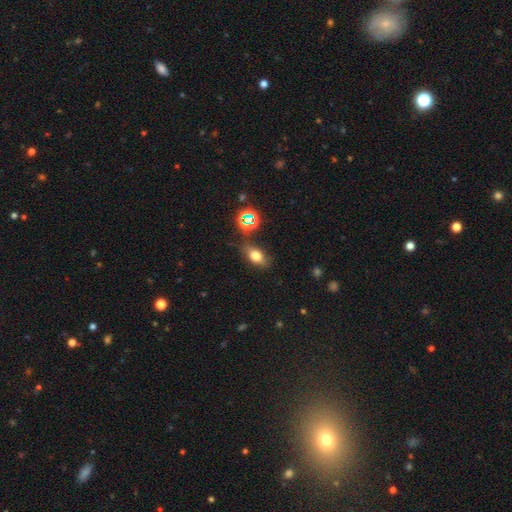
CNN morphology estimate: type=smooth (66%); roundness=in between (72%); merging=none (76%).